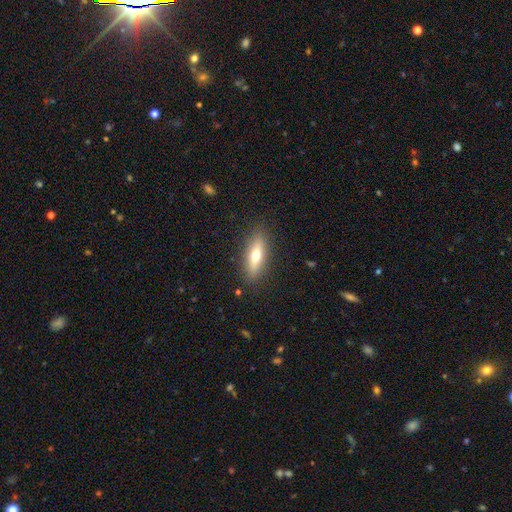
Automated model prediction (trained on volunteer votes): Smooth or featured? smooth (57%)
How rounded? in between (51%)
Merging? none (88%)